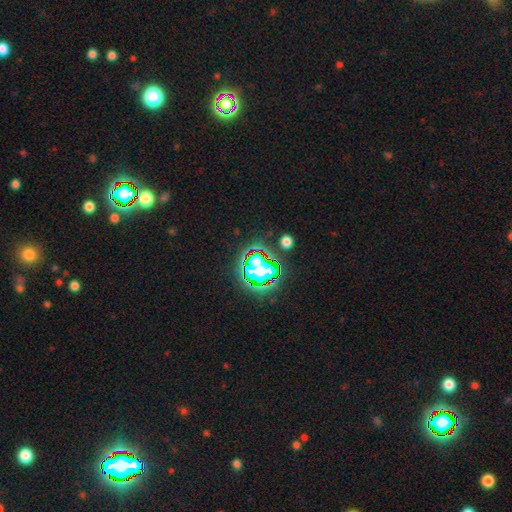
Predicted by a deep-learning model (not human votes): Smooth or featured? Predicted: star or artifact (p=0.80).